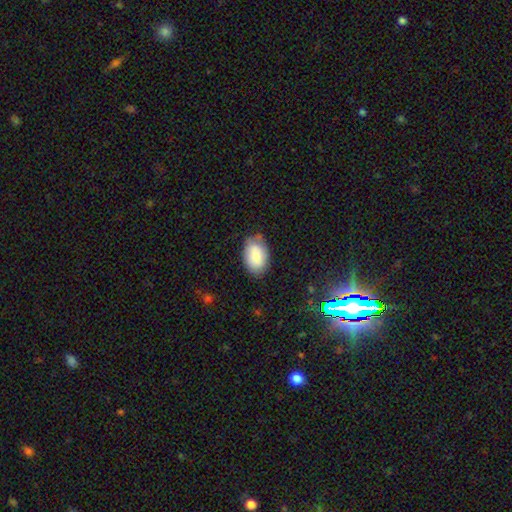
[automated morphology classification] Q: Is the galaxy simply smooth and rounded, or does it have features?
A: smooth — 84%.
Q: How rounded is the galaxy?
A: in between — 90%.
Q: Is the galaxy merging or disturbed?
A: none — 72%.